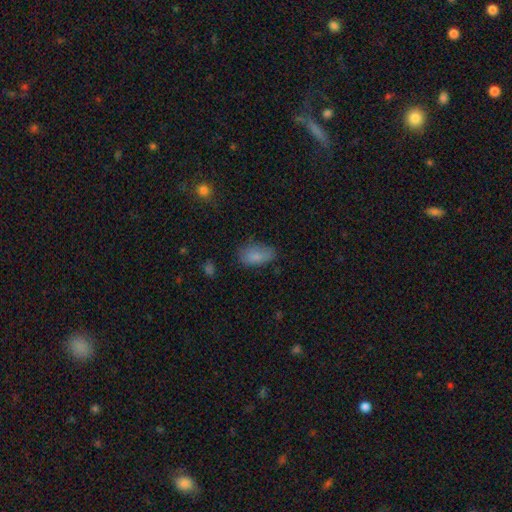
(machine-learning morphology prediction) Smooth or featured? Predicted: smooth (p=0.84). How rounded? Predicted: in between (p=0.92). Merging? Predicted: none (p=0.67).